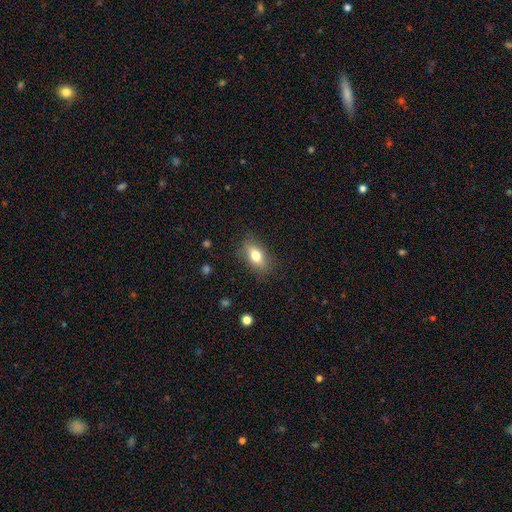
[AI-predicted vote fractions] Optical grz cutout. It shows a smooth galaxy with no disk features (77%) that is in between round and cigar-shaped (82%). Merging: none (82%).